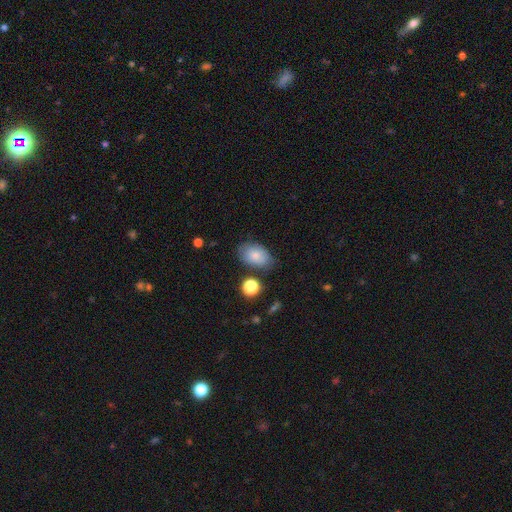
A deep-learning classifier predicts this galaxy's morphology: Q: Smooth or featured?
A: smooth (80%); runner-up: featured or disk (12%)
Q: How rounded?
A: in between (88%); runner-up: round (11%)
Q: Merging?
A: none (72%); runner-up: minor disturbance (18%)